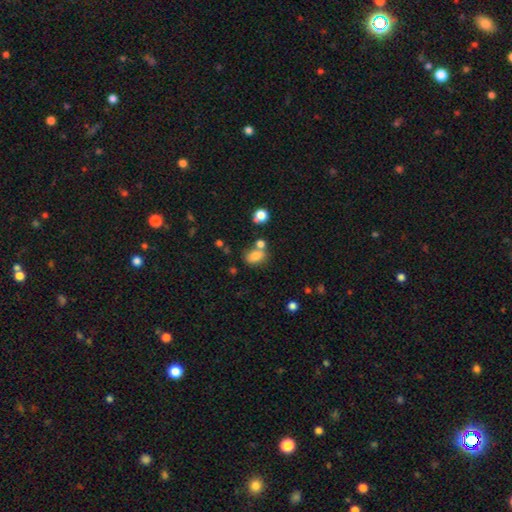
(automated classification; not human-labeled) Overall: smooth (78%). How rounded: in between (72%). Merging: none (50%; merger 27%).